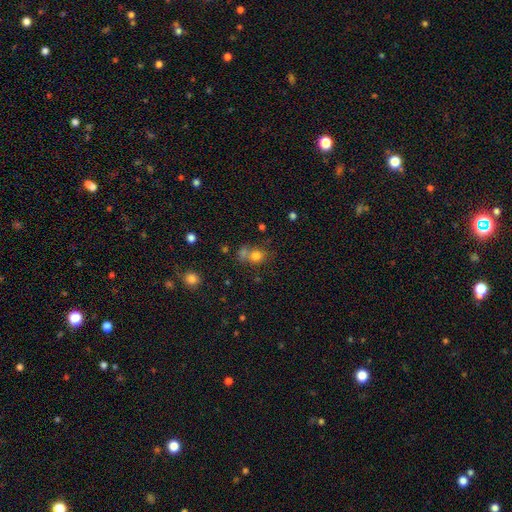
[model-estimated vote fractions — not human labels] A smooth galaxy with no disk features (76%) that is round (73%). Merging: none (50%).